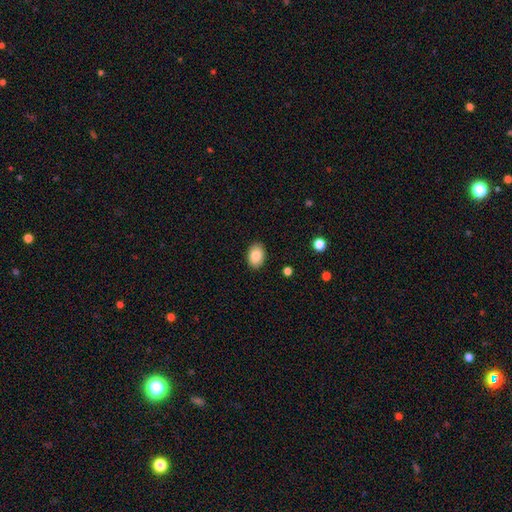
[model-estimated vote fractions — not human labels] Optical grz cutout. It shows a smooth galaxy with no disk features (87%) that is in between round and cigar-shaped (83%). Merging: none (89%).